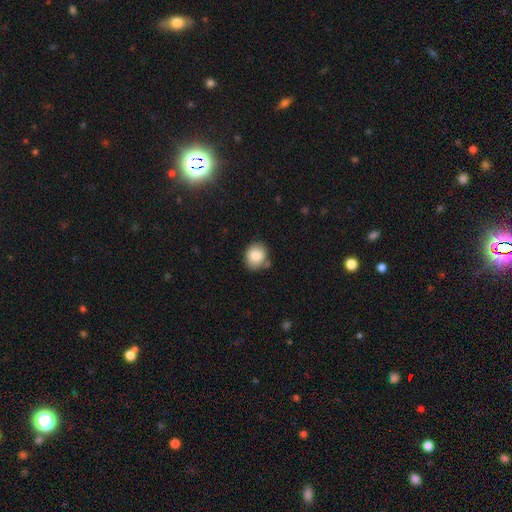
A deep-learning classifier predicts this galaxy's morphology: Smooth or featured: smooth — 85% (star or artifact — 8%)
How rounded: round — 65% (in between — 34%)
Merging: none — 71% (minor disturbance — 18%)